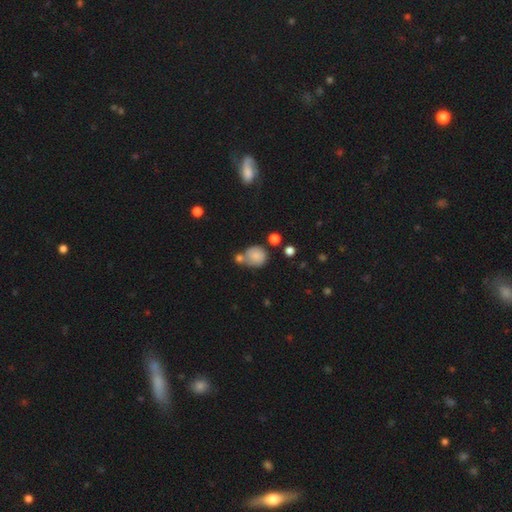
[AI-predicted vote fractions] The model was most divided on "merging": none: 49%, merger: 26%, minor disturbance: 18%, major disturbance: 6%. More confident: smooth or featured — smooth (81%); how rounded — round (77%).